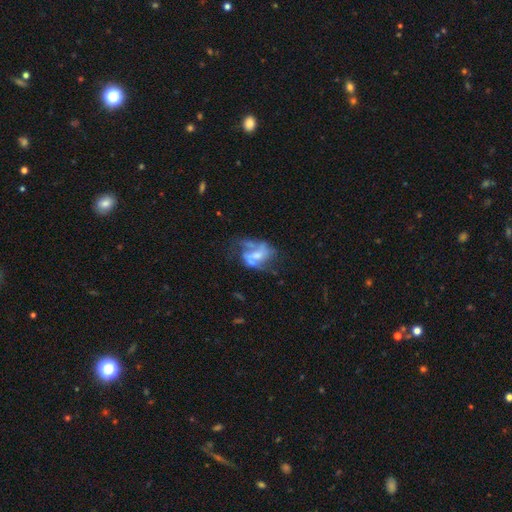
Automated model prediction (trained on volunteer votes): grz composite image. It shows a featured or disk galaxy (69%) with no bar (48%), spiral arms (65%) and a moderate central bulge (34%). Merging: major disturbance (35%).